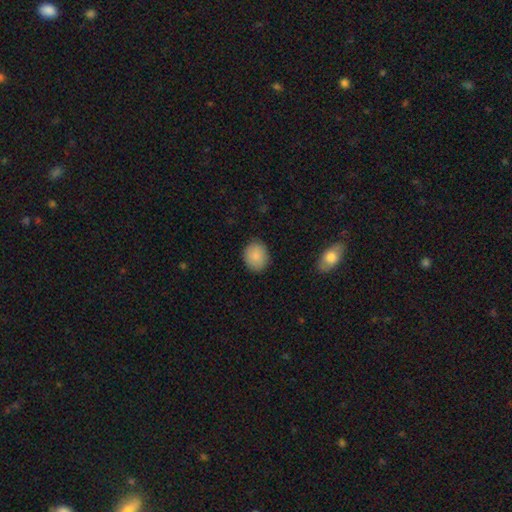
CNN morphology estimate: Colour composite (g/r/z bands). It shows a smooth galaxy with no disk features (88%) that is round (65%). Merging: none (87%).